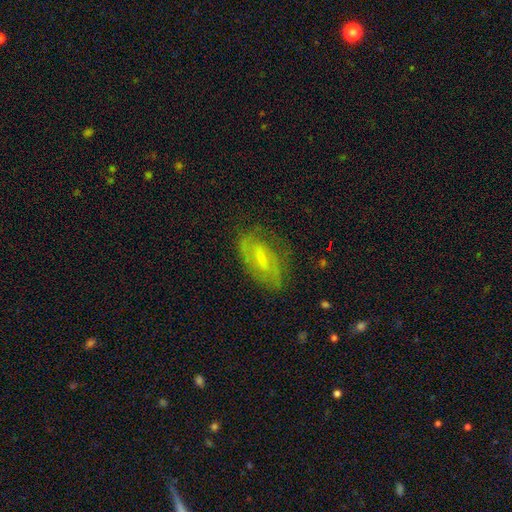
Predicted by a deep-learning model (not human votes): A featured or disk galaxy (57%) with a weak bar (48%), spiral arms (73%) and a small central bulge (54%). Merging: none (77%).